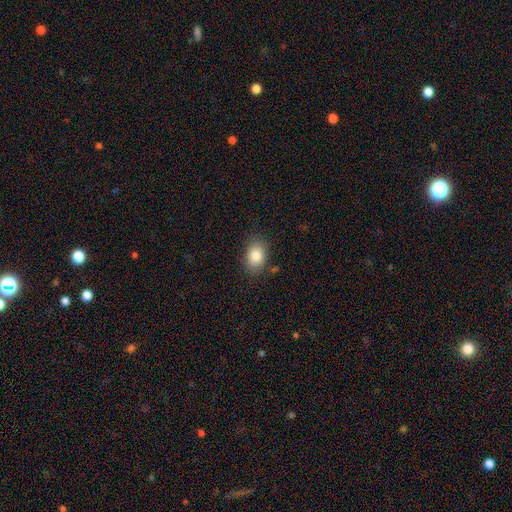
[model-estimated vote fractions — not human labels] Smooth or featured?
  - smooth: 84% *
  - star or artifact: 8%
  - featured or disk: 8%
How rounded?
  - in between: 77% *
  - round: 22%
  - cigar-shaped: 1%
Merging?
  - none: 82% *
  - minor disturbance: 12%
  - major disturbance: 3%
  - merger: 2%